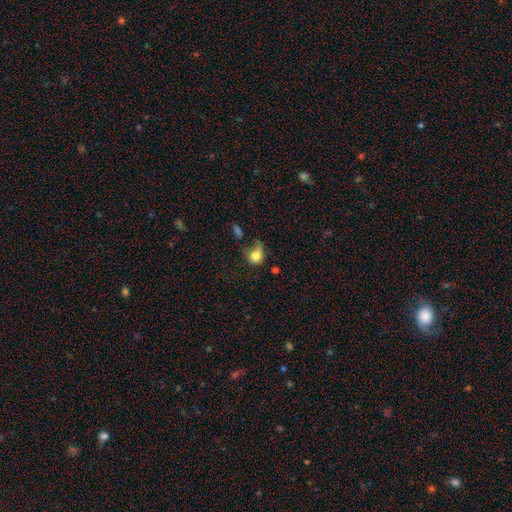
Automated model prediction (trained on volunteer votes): Smooth or featured? Predicted: smooth (p=0.78). How rounded? Predicted: round (p=0.59). Merging? Predicted: none (p=0.31, tied with minor disturbance).